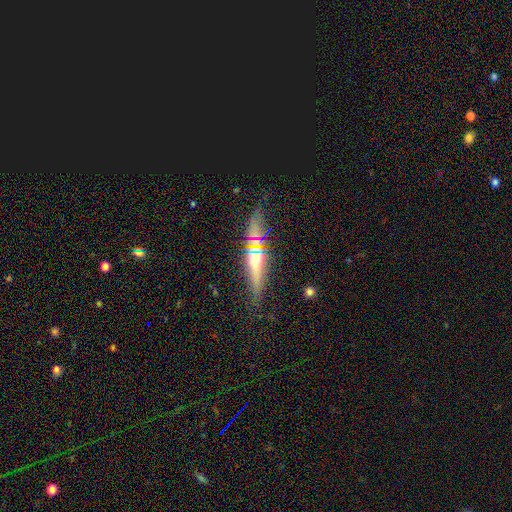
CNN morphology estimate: Smooth or featured?
  - featured or disk: 46% *
  - smooth: 37%
  - star or artifact: 17%
Merging?
  - none: 78% *
  - minor disturbance: 15%
  - major disturbance: 5%
  - merger: 3%